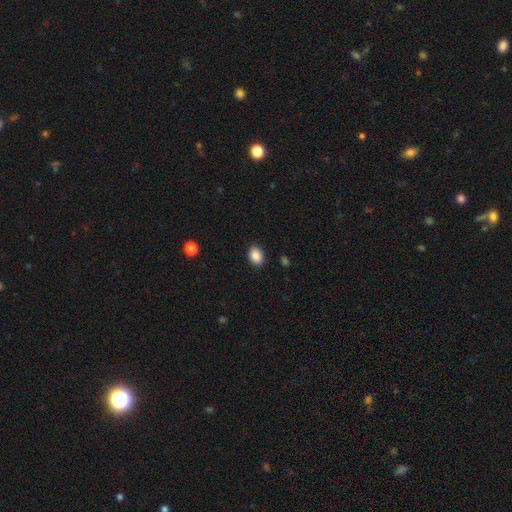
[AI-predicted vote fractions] A smooth galaxy with no disk features (88%) that is in between round and cigar-shaped (71%).

Vote fractions:
- Smooth or featured? smooth: 88% / star or artifact: 8% / featured or disk: 3%
- How rounded? in between: 71% / round: 28% / cigar-shaped: 1%
- Merging? none: 89% / minor disturbance: 8% / major disturbance: 2% / merger: 1%